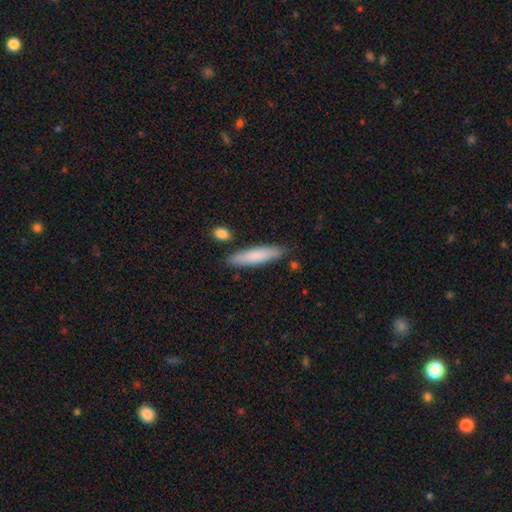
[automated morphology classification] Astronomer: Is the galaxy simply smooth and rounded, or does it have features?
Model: smooth — 80%.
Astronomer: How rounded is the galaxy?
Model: cigar-shaped — 80%.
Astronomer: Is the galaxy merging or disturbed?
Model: none — 84%.